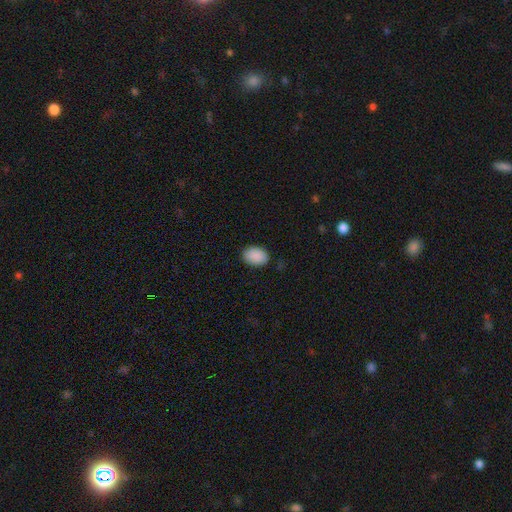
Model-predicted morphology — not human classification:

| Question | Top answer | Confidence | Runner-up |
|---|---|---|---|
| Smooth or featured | smooth | 90% | star or artifact (7%) |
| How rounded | in between | 80% | round (19%) |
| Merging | none | 87% | minor disturbance (10%) |